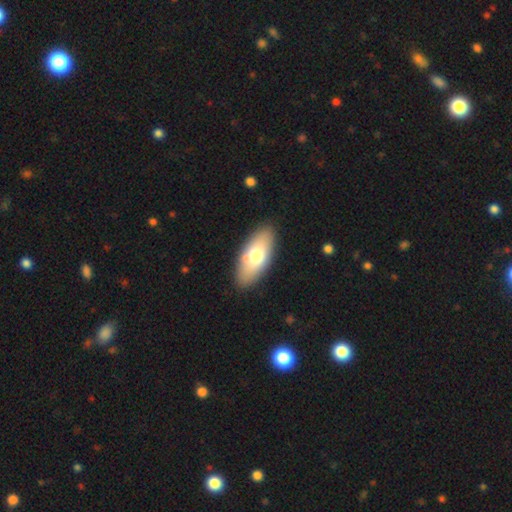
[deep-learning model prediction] Overall: smooth (69%). How rounded: in between (86%). Merging: none (83%).